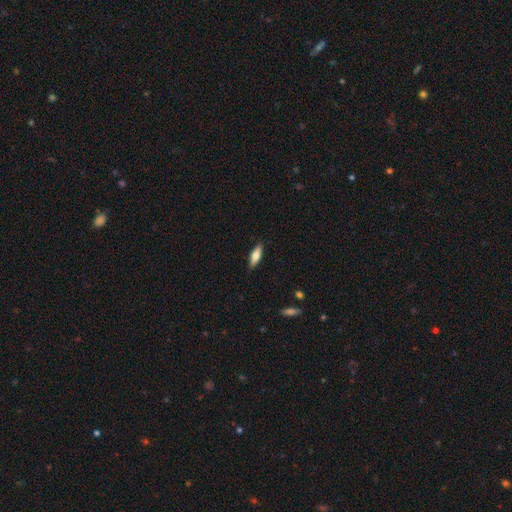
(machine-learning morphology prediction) This appears to be a smooth galaxy with no disk features (66%) that is in between round and cigar-shaped (52%). Merging: none (88%).